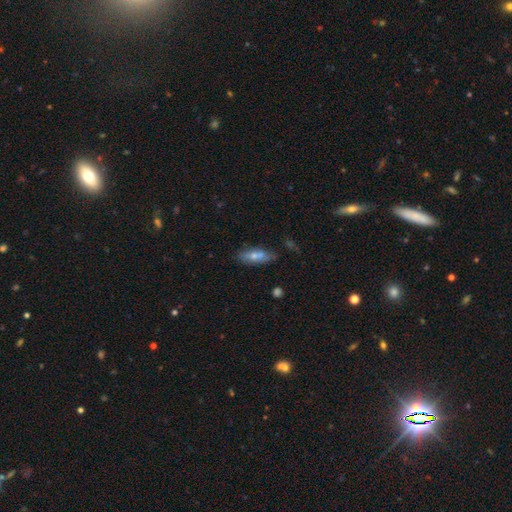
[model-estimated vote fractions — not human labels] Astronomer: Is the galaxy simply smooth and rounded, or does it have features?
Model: smooth — 61%.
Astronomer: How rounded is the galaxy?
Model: in between — 60% (runner-up: cigar-shaped, 37%).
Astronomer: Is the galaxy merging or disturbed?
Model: none — 67%.